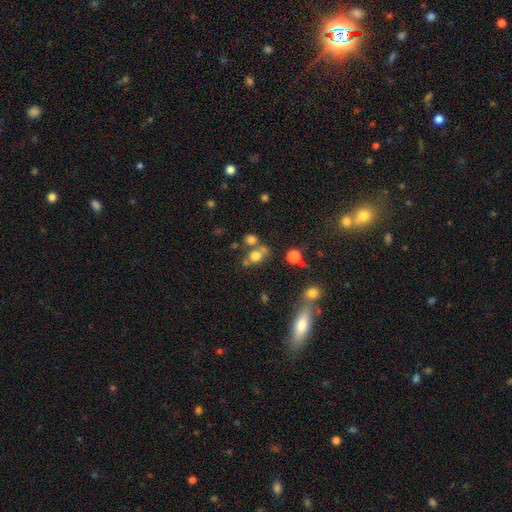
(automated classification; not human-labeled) This is likely a smooth galaxy (69%). How rounded: possibly round (58%). Merging: possibly none (46%).